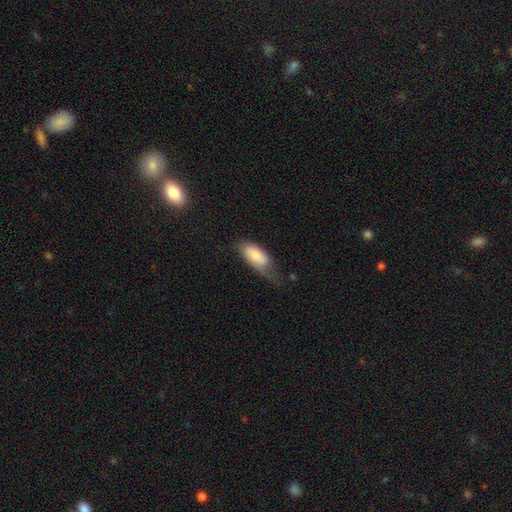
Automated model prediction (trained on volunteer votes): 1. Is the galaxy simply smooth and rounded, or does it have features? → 74% smooth, 20% featured or disk, 6% star or artifact.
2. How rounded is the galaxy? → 88% in between, 10% cigar-shaped, 2% round.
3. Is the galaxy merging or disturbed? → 39% minor disturbance, 33% none, 25% major disturbance, 3% merger.